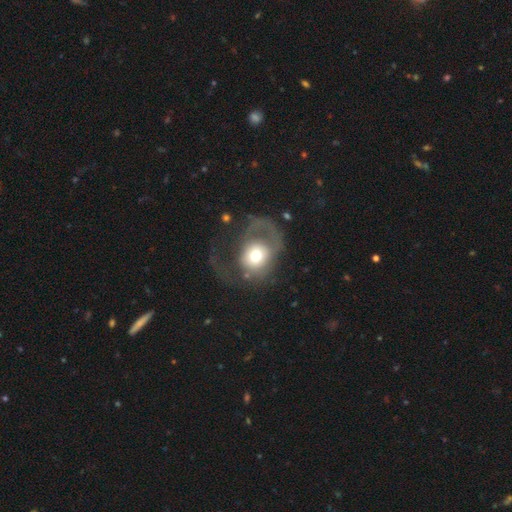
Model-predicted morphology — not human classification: smooth-or-featured: smooth: 53% | featured or disk: 39% | star or artifact: 8%
  how-rounded: round: 63% | in between: 36% | cigar-shaped: 1%
  merging: major disturbance: 58% | none: 24% | minor disturbance: 15% | merger: 3%